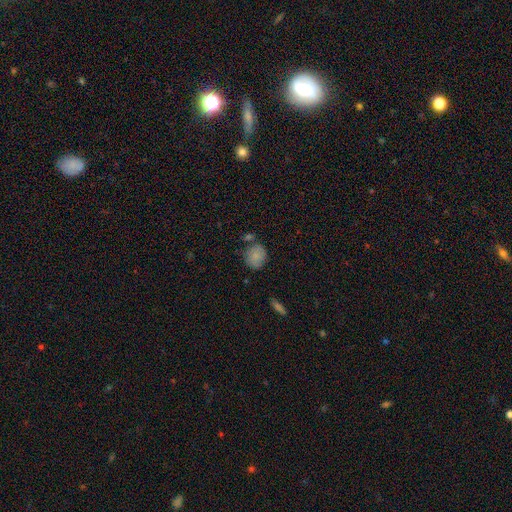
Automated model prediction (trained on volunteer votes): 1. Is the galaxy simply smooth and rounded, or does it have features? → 83% smooth, 9% featured or disk, 8% star or artifact.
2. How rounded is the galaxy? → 66% round, 33% in between, 1% cigar-shaped.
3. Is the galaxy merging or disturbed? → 66% none, 19% minor disturbance, 10% merger, 5% major disturbance.